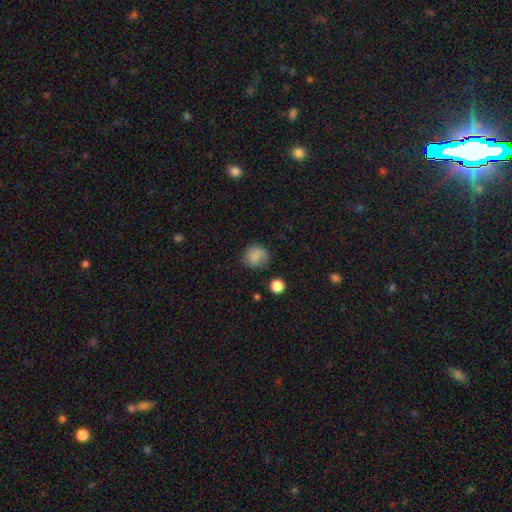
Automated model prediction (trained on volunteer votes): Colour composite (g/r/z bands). It shows a smooth galaxy with no disk features (80%) that is round (85%). Merging: none (73%).